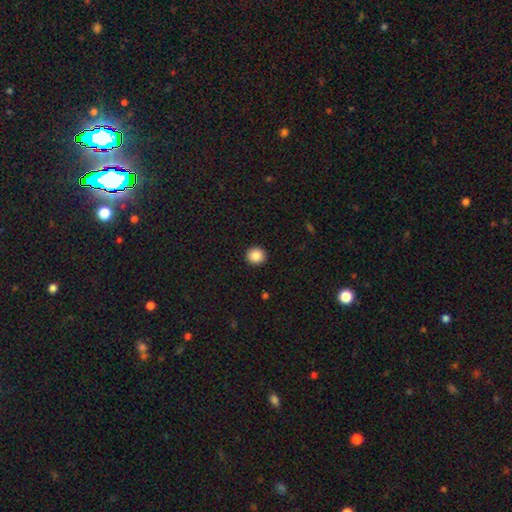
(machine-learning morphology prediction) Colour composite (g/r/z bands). It shows a smooth galaxy with no disk features (88%) that is round (92%). Merging: none (93%).